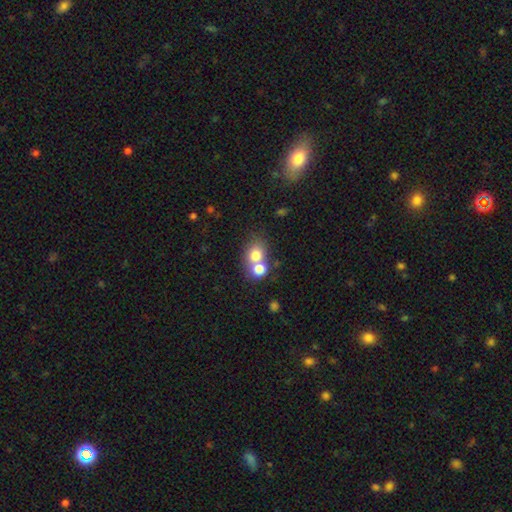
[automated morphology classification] Q: Smooth or featured?
A: smooth (75%); runner-up: featured or disk (14%)
Q: How rounded?
A: round (61%); runner-up: in between (38%)
Q: Merging?
A: merger (56%); runner-up: none (33%)